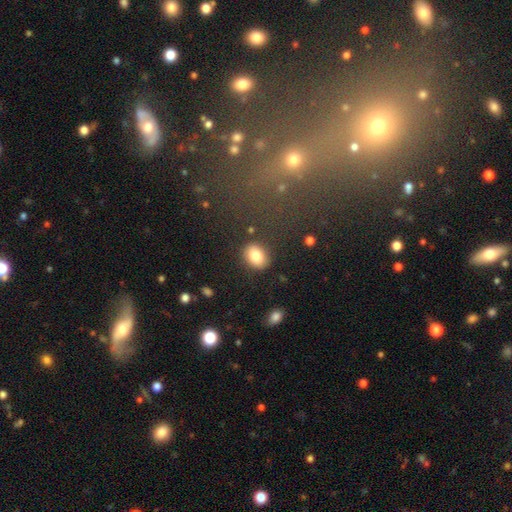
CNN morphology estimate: Smooth or featured?
  - smooth: 83% *
  - featured or disk: 9%
  - star or artifact: 8%
How rounded?
  - in between: 71% *
  - round: 28%
  - cigar-shaped: 1%
Merging?
  - none: 84% *
  - minor disturbance: 11%
  - major disturbance: 3%
  - merger: 3%